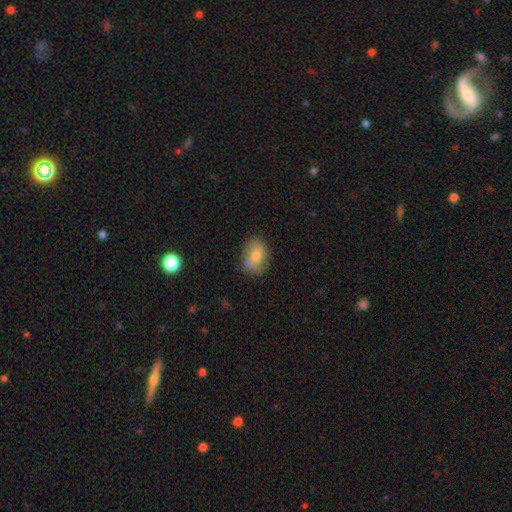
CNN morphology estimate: The model was most divided on "merging": none: 70%, minor disturbance: 21%, major disturbance: 5%, merger: 4%. More confident: how rounded — in between (75%); smooth or featured — smooth (74%).